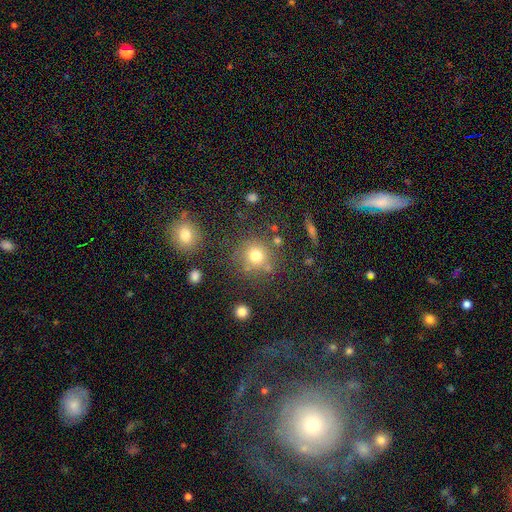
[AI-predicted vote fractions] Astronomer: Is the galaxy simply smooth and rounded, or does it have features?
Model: smooth — 76%.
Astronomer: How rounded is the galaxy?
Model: round — 90%.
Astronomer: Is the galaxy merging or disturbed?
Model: none — 76%.